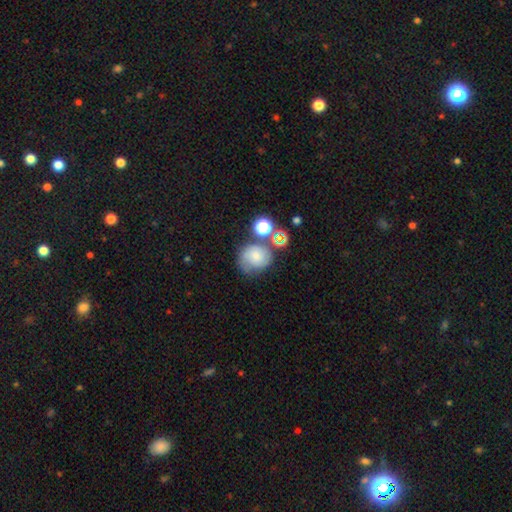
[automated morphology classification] The model was most divided on "merging": none: 49%, minor disturbance: 22%, merger: 18%, major disturbance: 11%. More confident: how rounded — round (72%); smooth or featured — smooth (56%).